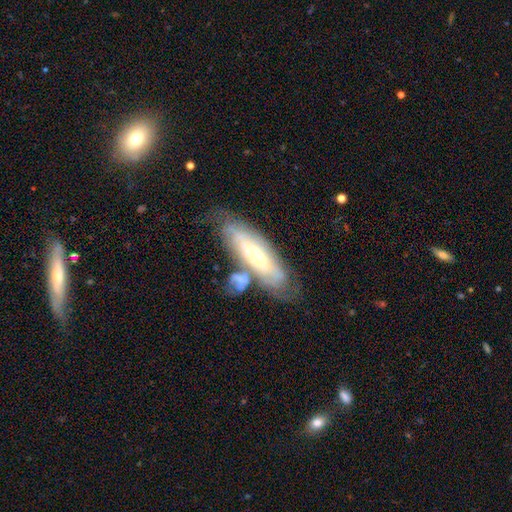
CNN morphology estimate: The model was most divided on "bulge size": small: 54%, moderate: 40%, large: 4%, none: 2%, dominant: 1%. More confident: edge-on disk — no (76%); spiral arms — yes (70%); bar — no (67%); smooth or featured — featured or disk (67%); merging — none (57%).